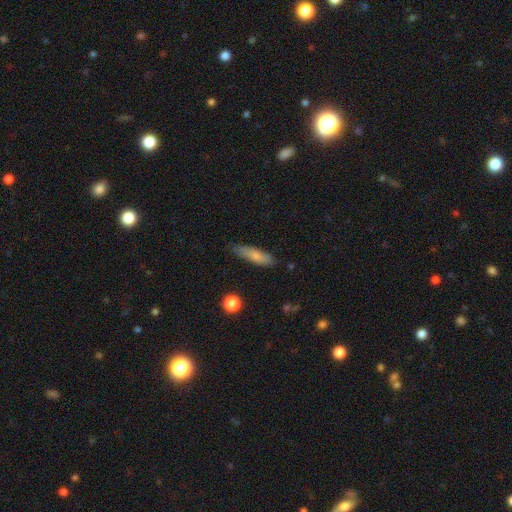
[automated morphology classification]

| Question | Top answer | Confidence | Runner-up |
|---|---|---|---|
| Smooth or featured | smooth | 74% | featured or disk (19%) |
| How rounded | cigar-shaped | 64% | in between (35%) |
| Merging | none | 77% | minor disturbance (18%) |